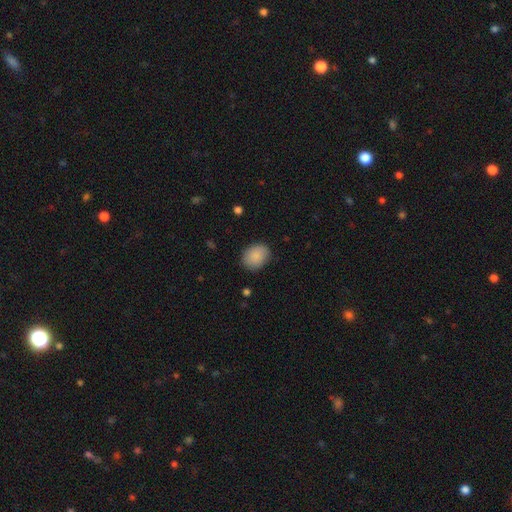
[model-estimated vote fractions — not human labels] This is clearly a smooth galaxy (88%). How rounded: possibly in between (59%). Merging: clearly none (84%).